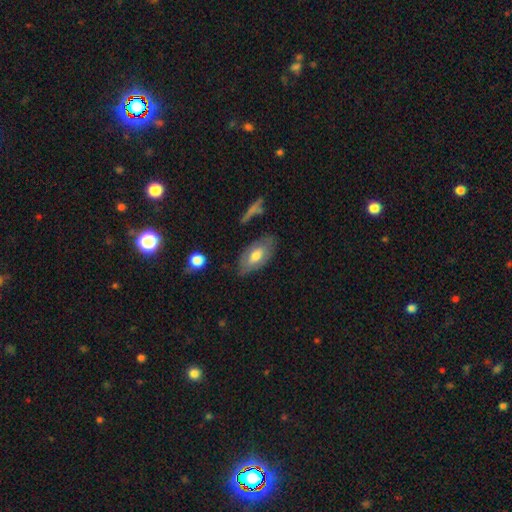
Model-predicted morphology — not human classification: Smooth or featured? smooth (61%)
How rounded? in between (91%)
Merging? none (69%)